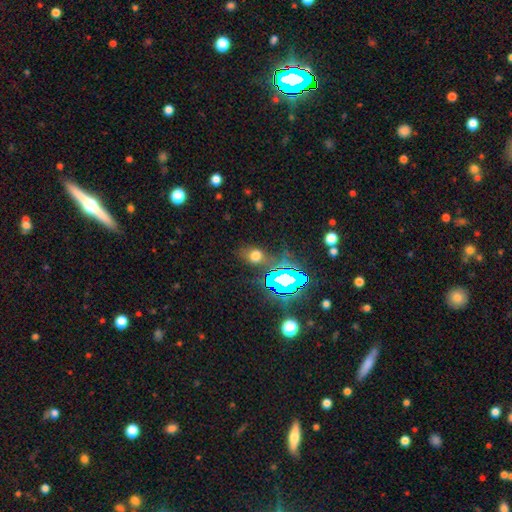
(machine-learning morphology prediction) Q: Smooth or featured?
A: smooth (58%); runner-up: star or artifact (32%)
Q: How rounded?
A: in between (55%); runner-up: round (42%)
Q: Merging?
A: none (71%); runner-up: minor disturbance (16%)